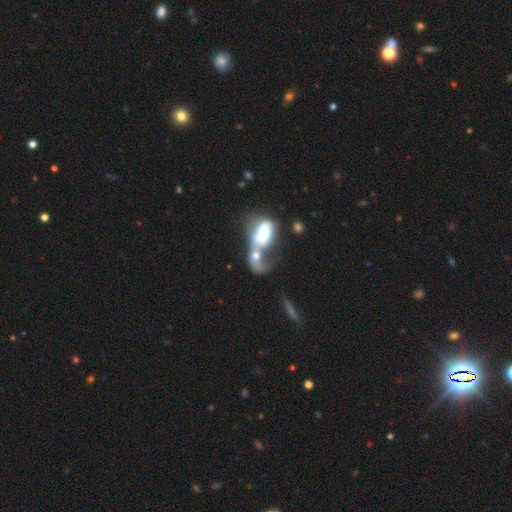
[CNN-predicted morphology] A smooth galaxy with no disk features (53%) that is in between round and cigar-shaped (79%).

Vote fractions:
- Smooth or featured? smooth: 53% / featured or disk: 38% / star or artifact: 9%
- How rounded? in between: 79% / round: 18% / cigar-shaped: 4%
- Merging? merger: 76% / major disturbance: 14% / none: 6% / minor disturbance: 4%